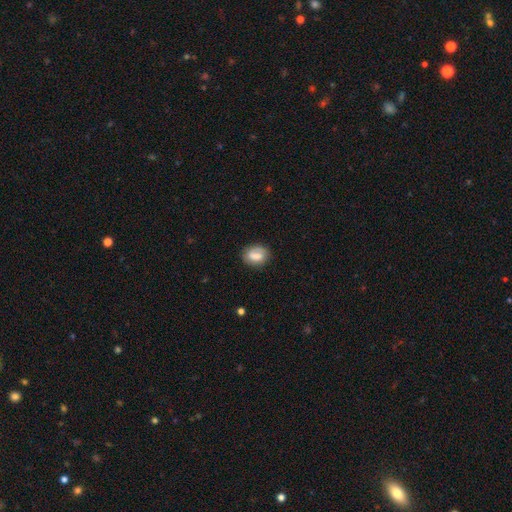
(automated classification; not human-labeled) Smooth or featured?
  - smooth: 71% *
  - featured or disk: 20%
  - star or artifact: 9%
How rounded?
  - in between: 61% *
  - round: 37%
  - cigar-shaped: 2%
Merging?
  - none: 70% *
  - minor disturbance: 20%
  - major disturbance: 6%
  - merger: 3%